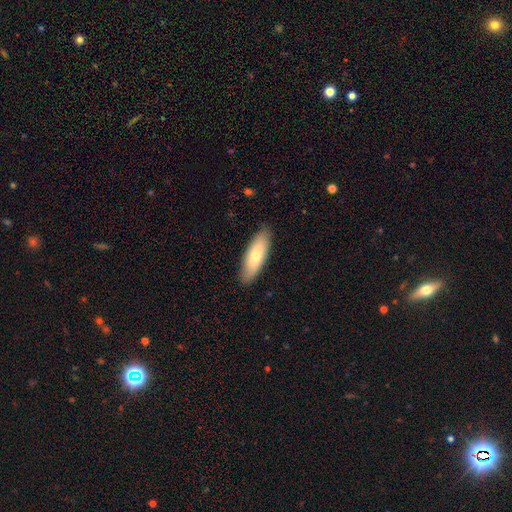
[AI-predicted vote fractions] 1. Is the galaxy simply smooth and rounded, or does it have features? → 64% smooth, 30% featured or disk, 6% star or artifact.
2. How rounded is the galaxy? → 59% in between, 38% cigar-shaped, 2% round.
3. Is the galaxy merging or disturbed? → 88% none, 9% minor disturbance, 2% major disturbance, 1% merger.